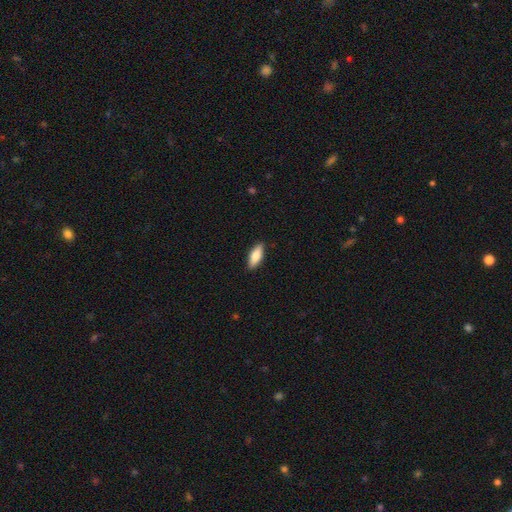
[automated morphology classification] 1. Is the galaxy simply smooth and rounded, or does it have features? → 74% smooth, 21% featured or disk, 6% star or artifact.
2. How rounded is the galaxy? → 69% in between, 29% cigar-shaped, 2% round.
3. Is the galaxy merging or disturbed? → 89% none, 8% minor disturbance, 2% major disturbance, 1% merger.